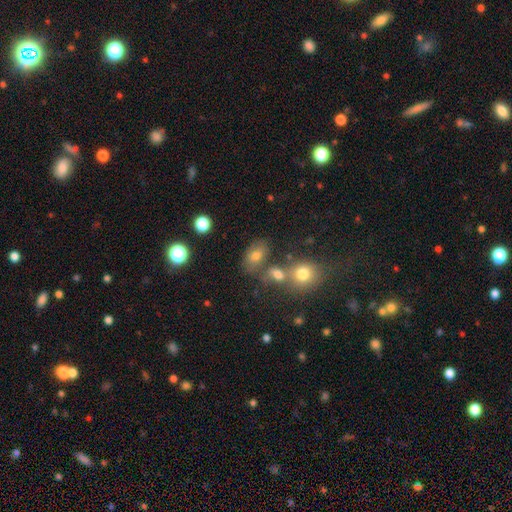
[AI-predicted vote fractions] Overall: smooth (70%). How rounded: in between (79%). Merging: none (59%; merger 20%).